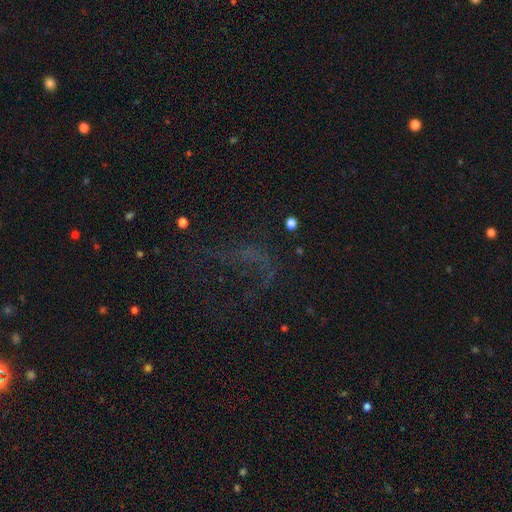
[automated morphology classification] type=star or artifact (46%).